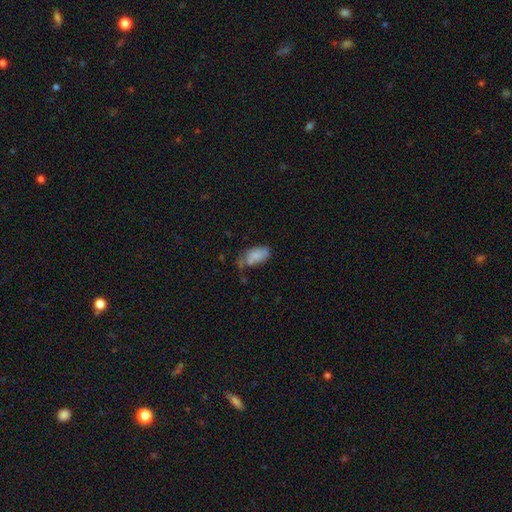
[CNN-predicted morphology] Smooth or featured: smooth — 79% (featured or disk — 13%)
How rounded: in between — 93% (round — 5%)
Merging: none — 41% (minor disturbance — 33%)